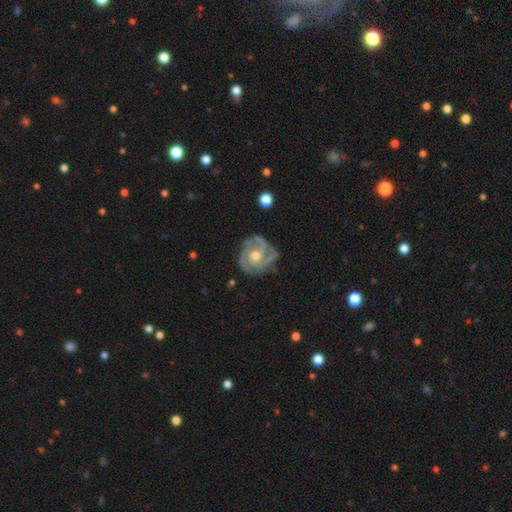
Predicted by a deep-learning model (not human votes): A featured or disk galaxy (86%) with no bar (71%), 3 (47%) tight (57%) spiral arms (95%) and a moderate central bulge (68%). Merging: none (74%).